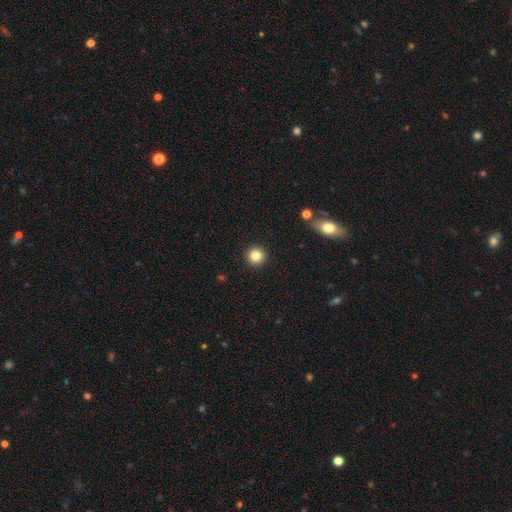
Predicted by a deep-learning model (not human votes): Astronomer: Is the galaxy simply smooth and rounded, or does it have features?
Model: smooth — 84%.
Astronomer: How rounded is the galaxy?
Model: round — 96%.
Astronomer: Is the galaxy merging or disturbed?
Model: none — 93%.